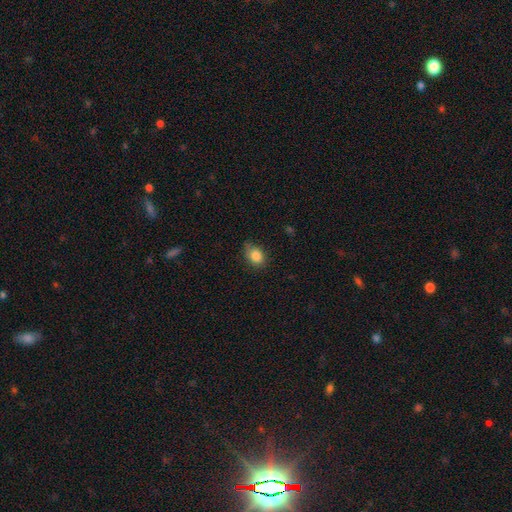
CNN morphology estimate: This appears to be a smooth galaxy with no disk features (85%) that is in between round and cigar-shaped (63%). Merging: none (66%).